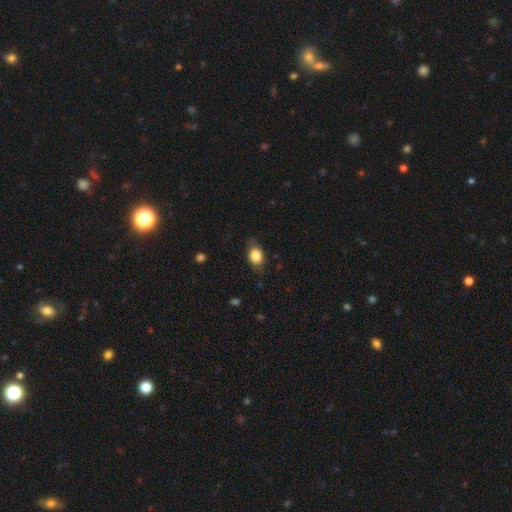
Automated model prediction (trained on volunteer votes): Smooth or featured?
  - smooth: 82% *
  - featured or disk: 11%
  - star or artifact: 8%
How rounded?
  - in between: 73% *
  - round: 25%
  - cigar-shaped: 2%
Merging?
  - none: 72% *
  - minor disturbance: 21%
  - major disturbance: 6%
  - merger: 1%